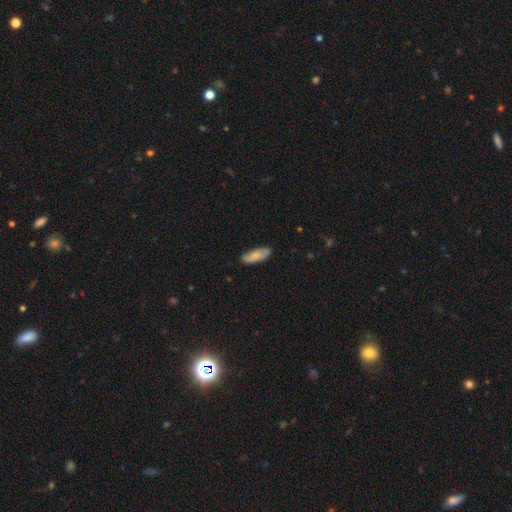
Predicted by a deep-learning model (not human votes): A smooth galaxy with no disk features (77%) that is in between round and cigar-shaped (70%).

Vote fractions:
- Smooth or featured? smooth: 77% / featured or disk: 17% / star or artifact: 6%
- How rounded? in between: 70% / cigar-shaped: 28% / round: 2%
- Merging? none: 83% / minor disturbance: 14% / major disturbance: 2% / merger: 1%